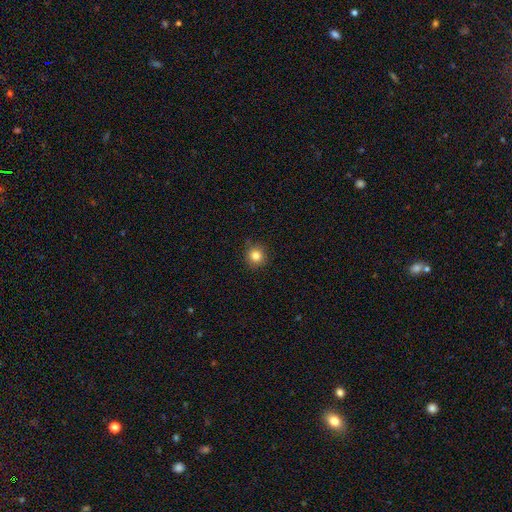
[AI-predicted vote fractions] Smooth or featured? smooth (83%)
How rounded? round (92%)
Merging? none (90%)